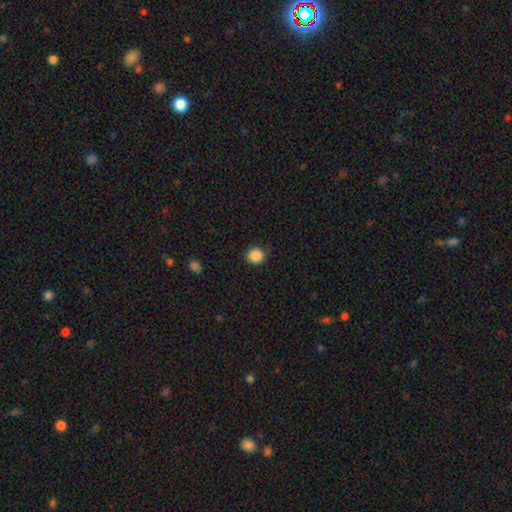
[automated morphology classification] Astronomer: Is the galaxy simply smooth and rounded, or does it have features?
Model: smooth — 87%.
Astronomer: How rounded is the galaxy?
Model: round — 92%.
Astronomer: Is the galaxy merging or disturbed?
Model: none — 89%.